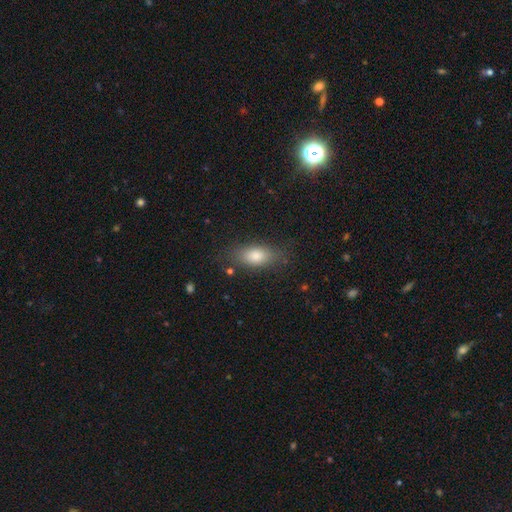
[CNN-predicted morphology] Smooth or featured?
  - smooth: 79% *
  - featured or disk: 12%
  - star or artifact: 10%
How rounded?
  - in between: 82% *
  - cigar-shaped: 11%
  - round: 6%
Merging?
  - none: 81% *
  - minor disturbance: 13%
  - major disturbance: 4%
  - merger: 2%